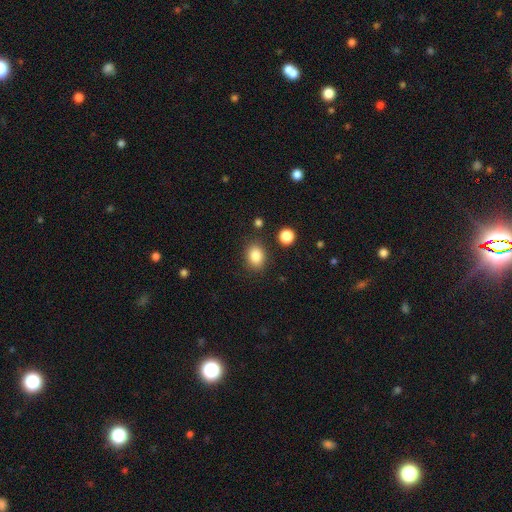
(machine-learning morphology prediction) Overall: smooth (86%). How rounded: in between (63%; round 36%). Merging: none (83%).